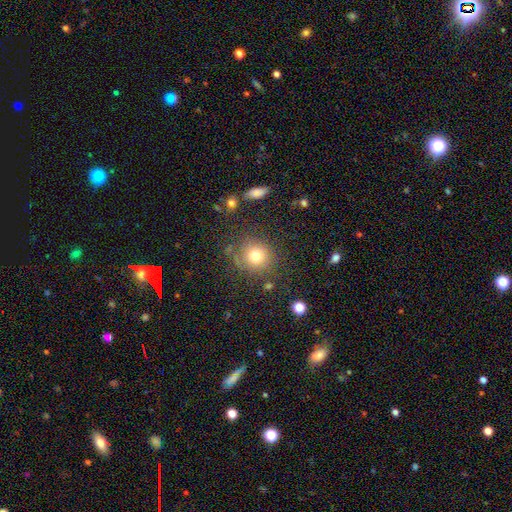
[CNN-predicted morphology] type=smooth (76%); roundness=round (89%); merging=none (79%).